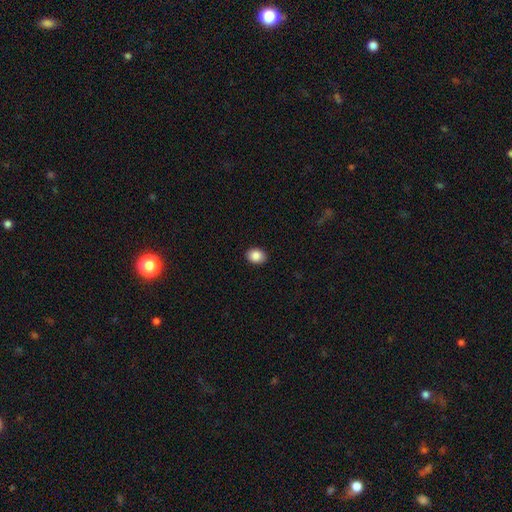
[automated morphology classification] type=smooth (88%); roundness=in between (62%); merging=none (90%).